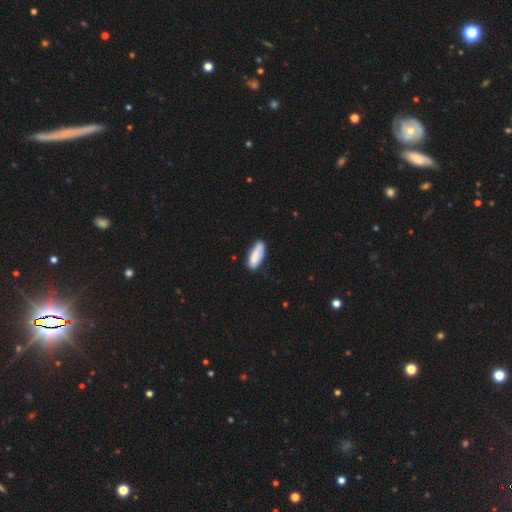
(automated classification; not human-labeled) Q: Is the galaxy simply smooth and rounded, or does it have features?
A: smooth — 84%.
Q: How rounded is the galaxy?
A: in between — 69%.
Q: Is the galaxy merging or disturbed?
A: none — 73%.